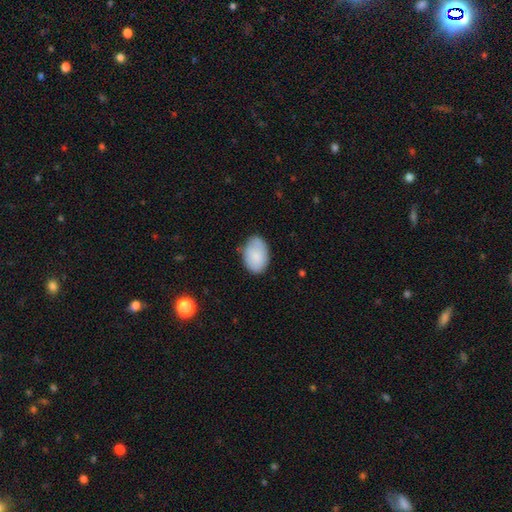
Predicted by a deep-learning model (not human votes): smooth-or-featured: smooth: 84% | featured or disk: 9% | star or artifact: 6%
  how-rounded: in between: 85% | round: 14% | cigar-shaped: 1%
  merging: none: 73% | minor disturbance: 22% | major disturbance: 4% | merger: 1%